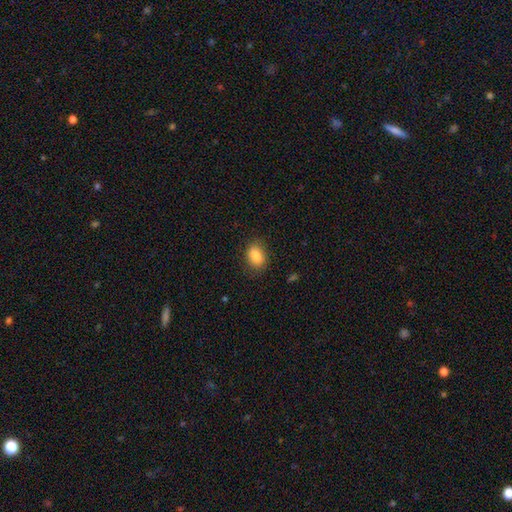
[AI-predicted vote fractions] This appears to be a smooth galaxy with no disk features (86%) that is in between round and cigar-shaped (75%). Merging: none (83%).